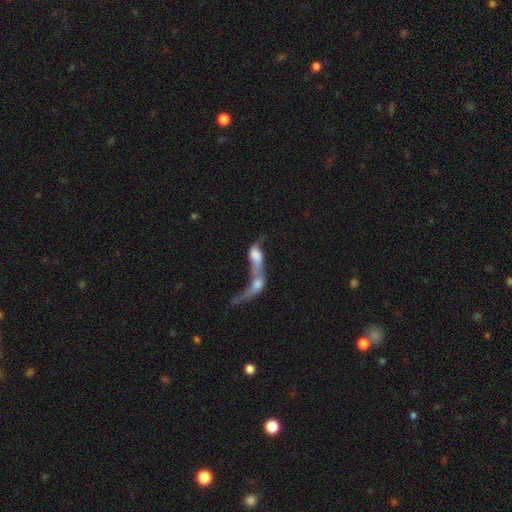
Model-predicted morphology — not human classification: This is possibly a smooth galaxy (49%). Merging: clearly merger (81%).